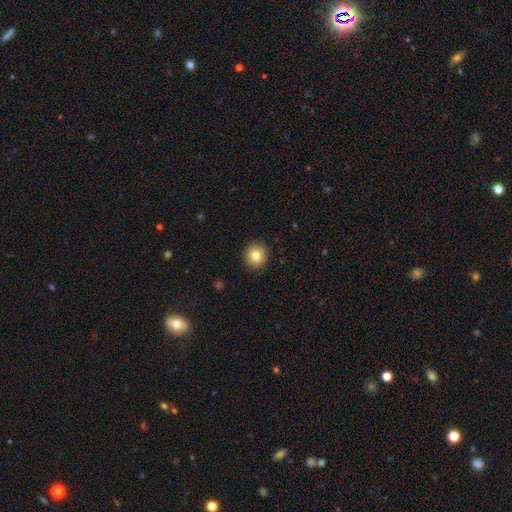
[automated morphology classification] Smooth or featured? Predicted: smooth (p=0.82). How rounded? Predicted: round (p=0.93). Merging? Predicted: none (p=0.92).